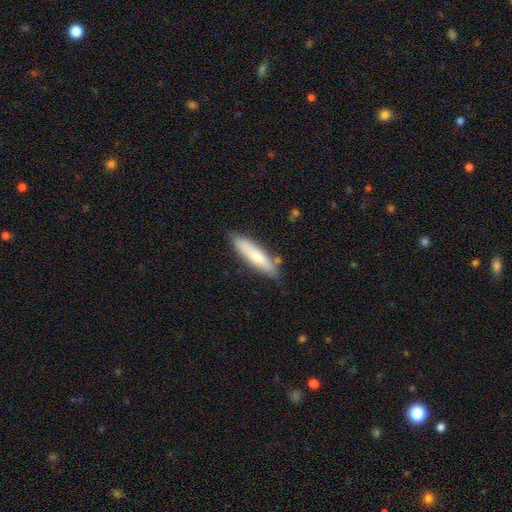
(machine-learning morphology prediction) smooth-or-featured: smooth: 70% | featured or disk: 24% | star or artifact: 6%
  how-rounded: cigar-shaped: 74% | in between: 25% | round: 1%
  merging: none: 79% | minor disturbance: 15% | merger: 4% | major disturbance: 2%